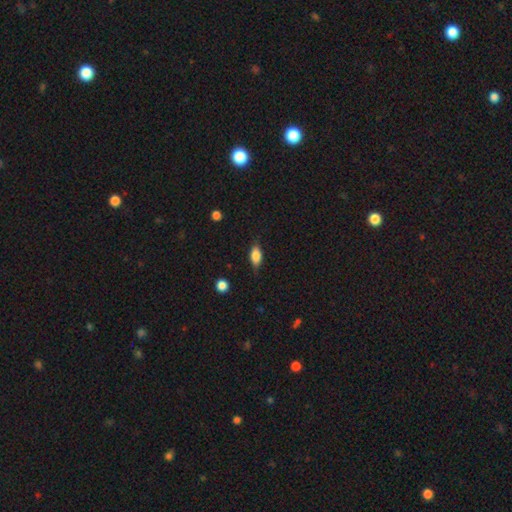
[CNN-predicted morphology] Smooth or featured? Predicted: smooth (p=0.78). How rounded? Predicted: in between (p=0.85). Merging? Predicted: none (p=0.75).